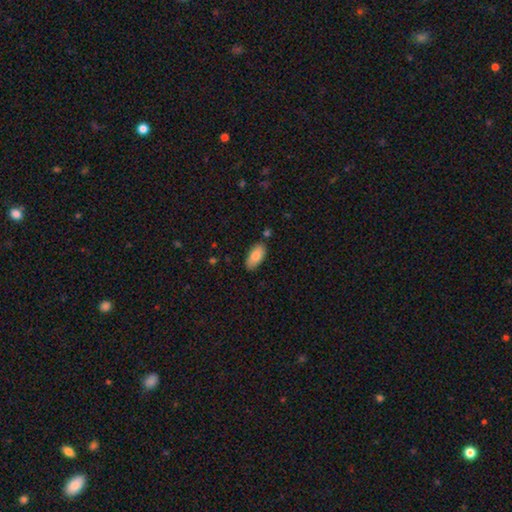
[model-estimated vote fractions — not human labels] smooth_or_featured: smooth (p=0.84) [alt: featured or disk p=0.10]
how_rounded: in between (p=0.92) [alt: cigar-shaped p=0.05]
merging: none (p=0.82) [alt: minor disturbance p=0.13]